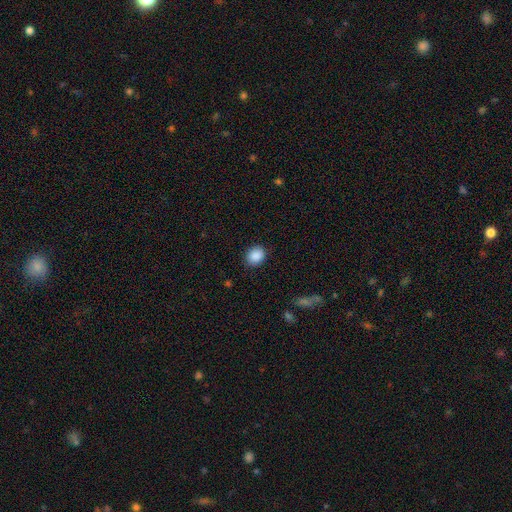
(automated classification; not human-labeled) Morphology: type=smooth (89%); roundness=round (61%); merging=none (87%).